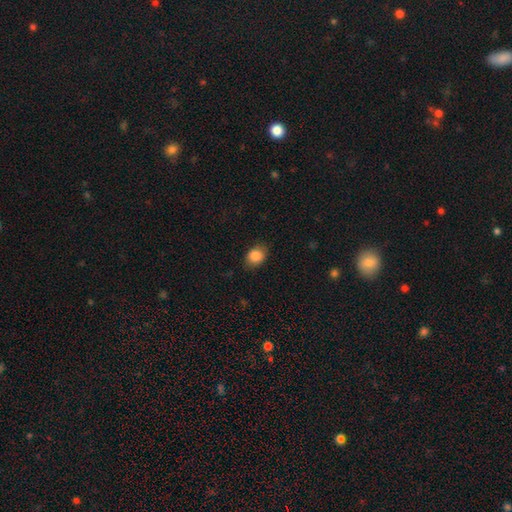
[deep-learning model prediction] Smooth or featured?
  - smooth: 86% *
  - star or artifact: 9%
  - featured or disk: 5%
How rounded?
  - in between: 53% *
  - round: 46%
  - cigar-shaped: 1%
Merging?
  - none: 80% *
  - minor disturbance: 15%
  - major disturbance: 3%
  - merger: 1%